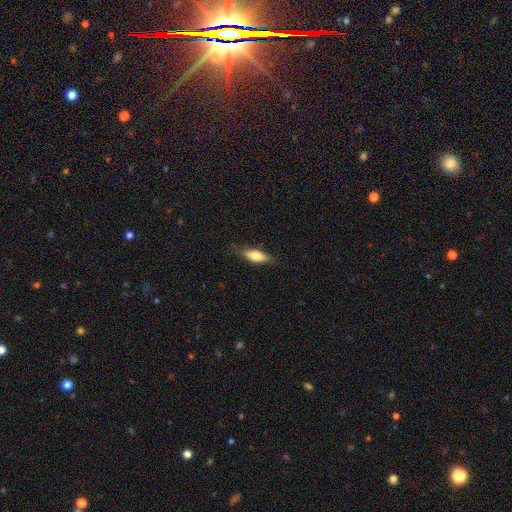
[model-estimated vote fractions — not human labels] smooth-or-featured: smooth: 72% | featured or disk: 21% | star or artifact: 6%
  how-rounded: in between: 66% | cigar-shaped: 31% | round: 3%
  merging: none: 77% | minor disturbance: 18% | major disturbance: 4% | merger: 1%